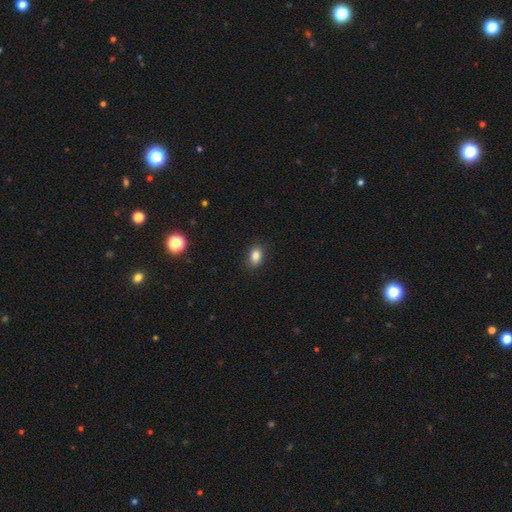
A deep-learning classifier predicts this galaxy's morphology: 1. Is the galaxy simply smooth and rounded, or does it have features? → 85% smooth, 10% star or artifact, 4% featured or disk.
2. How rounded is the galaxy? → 74% in between, 24% round, 1% cigar-shaped.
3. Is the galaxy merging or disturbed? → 86% none, 11% minor disturbance, 3% major disturbance, 1% merger.